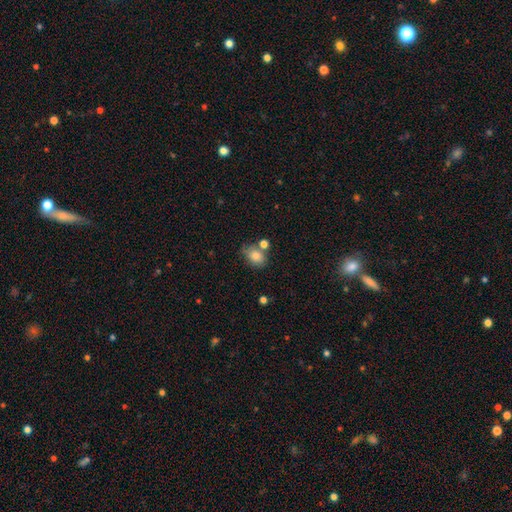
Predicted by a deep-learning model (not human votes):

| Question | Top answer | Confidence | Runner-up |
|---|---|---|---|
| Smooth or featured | smooth | 81% | featured or disk (10%) |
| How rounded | in between | 63% | round (35%) |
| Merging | none | 56% | minor disturbance (20%) |